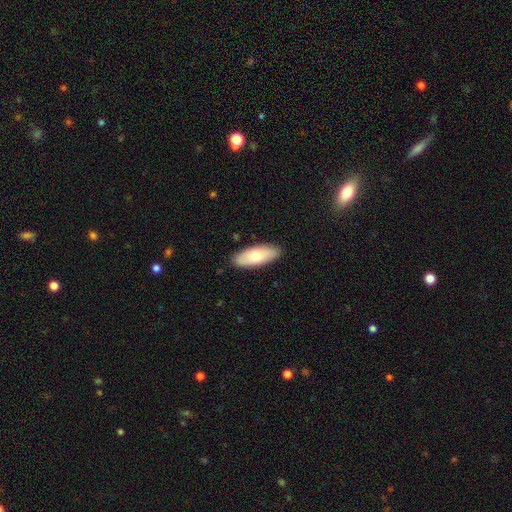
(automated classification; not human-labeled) smooth 71%, featured or disk 24%, star or artifact 5%. Down the decision tree: how rounded — in between (79%); merging — none (88%).